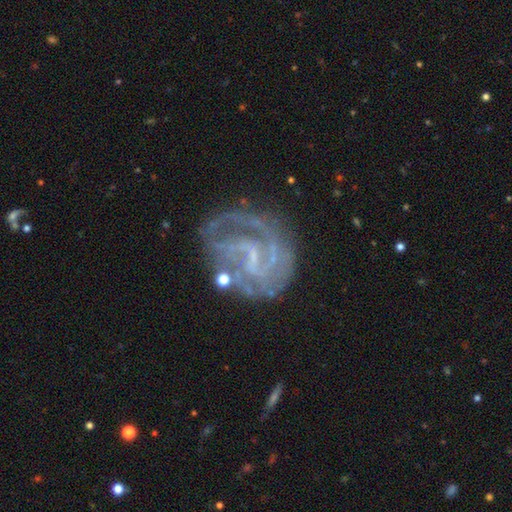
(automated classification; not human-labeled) The model was most divided on "bulge size": small: 45%, none: 44%, moderate: 8%, large: 1%, dominant: 1%. Remaining: edge-on disk — no (98%); spiral arms — yes (89%); smooth or featured — featured or disk (83%); merging — none (59%); spiral winding — tight (49%); bar — weak (46%); spiral arm count — 2 (38%).